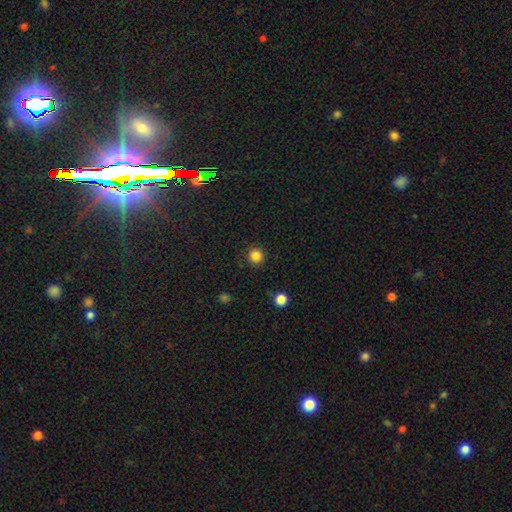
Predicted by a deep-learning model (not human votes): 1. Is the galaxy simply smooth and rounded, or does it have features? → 84% smooth, 12% star or artifact, 4% featured or disk.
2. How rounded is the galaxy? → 95% round, 4% in between, 1% cigar-shaped.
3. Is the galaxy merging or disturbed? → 89% none, 7% minor disturbance, 2% major disturbance, 1% merger.